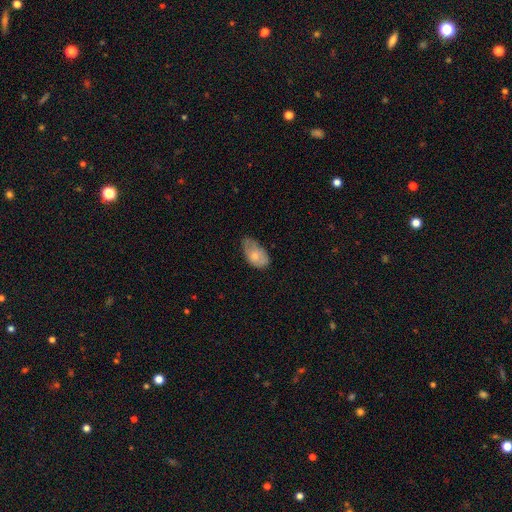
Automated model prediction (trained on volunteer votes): Morphology: type=smooth (73%); roundness=in between (92%); merging=minor disturbance (47%).